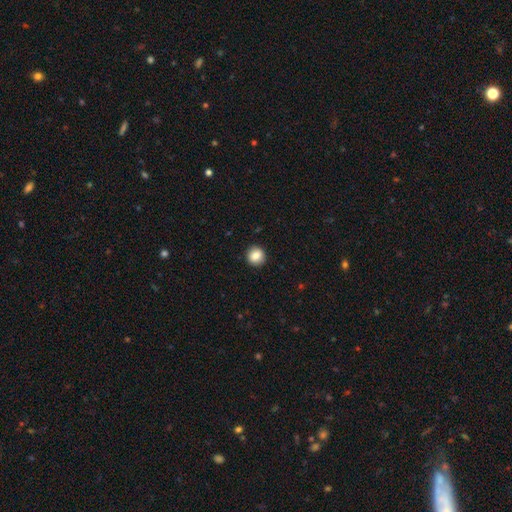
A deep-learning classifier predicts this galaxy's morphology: smooth 85%, star or artifact 9%, featured or disk 6%. Down the decision tree: how rounded — round (92%); merging — none (92%).